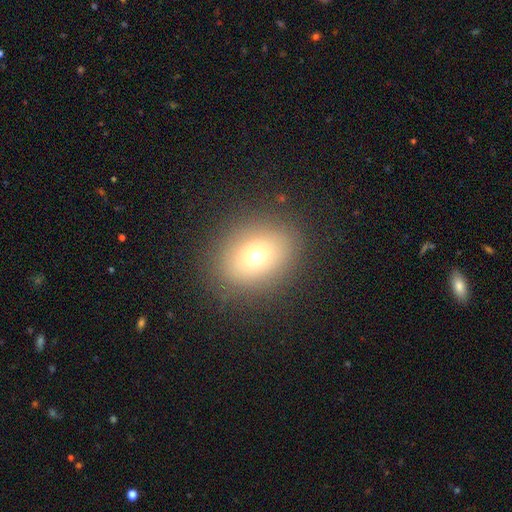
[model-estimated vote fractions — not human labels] smooth 69%, star or artifact 16%, featured or disk 15%. Down the decision tree: how rounded — round (54%); merging — none (86%).